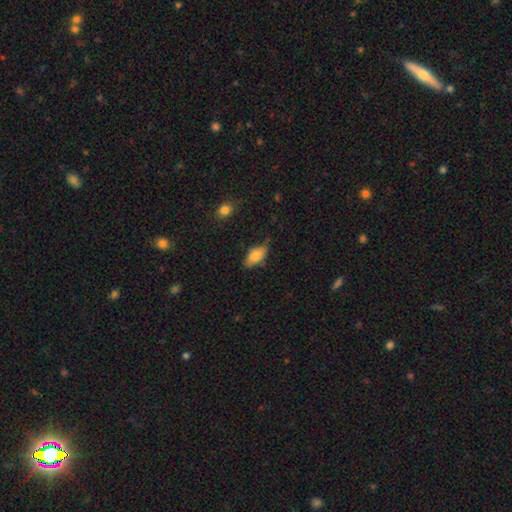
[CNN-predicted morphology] smooth-or-featured: smooth: 76% | featured or disk: 17% | star or artifact: 7%
  how-rounded: in between: 87% | cigar-shaped: 9% | round: 4%
  merging: none: 66% | minor disturbance: 27% | major disturbance: 5% | merger: 2%